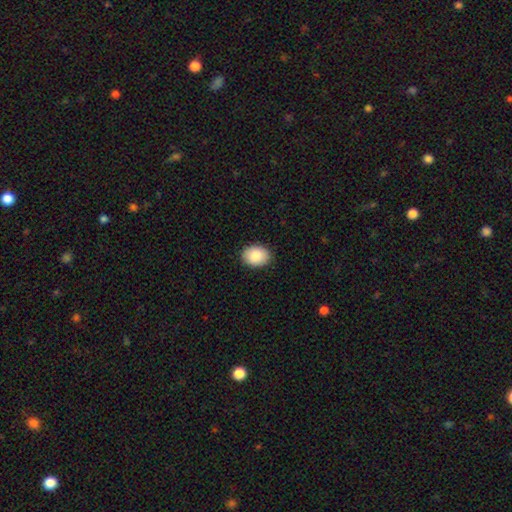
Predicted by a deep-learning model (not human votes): A smooth galaxy with no disk features (88%) that is in between round and cigar-shaped (71%).

Vote fractions:
- Smooth or featured? smooth: 88% / star or artifact: 7% / featured or disk: 5%
- How rounded? in between: 71% / round: 28% / cigar-shaped: 1%
- Merging? none: 89% / minor disturbance: 8% / major disturbance: 2% / merger: 1%